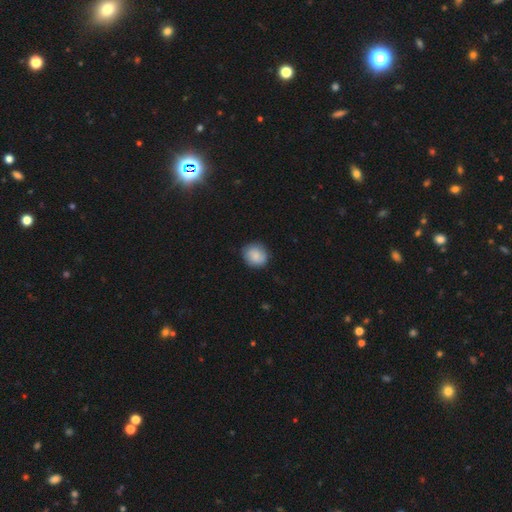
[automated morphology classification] Smooth or featured? Predicted: smooth (p=0.80). How rounded? Predicted: round (p=0.83). Merging? Predicted: none (p=0.83).